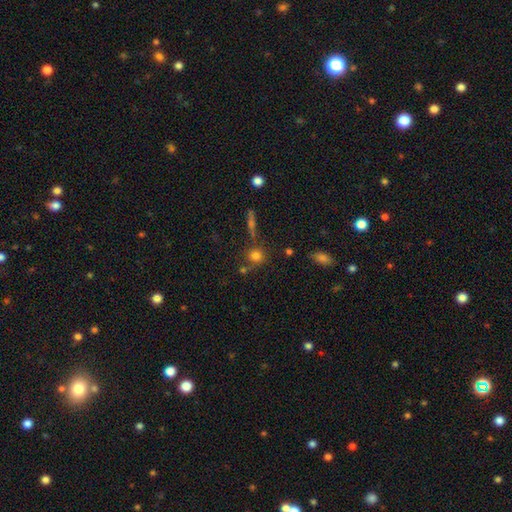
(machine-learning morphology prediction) smooth-or-featured: smooth: 78% | star or artifact: 13% | featured or disk: 9%
  how-rounded: round: 87% | in between: 10% | cigar-shaped: 2%
  merging: none: 70% | merger: 14% | minor disturbance: 12% | major disturbance: 4%